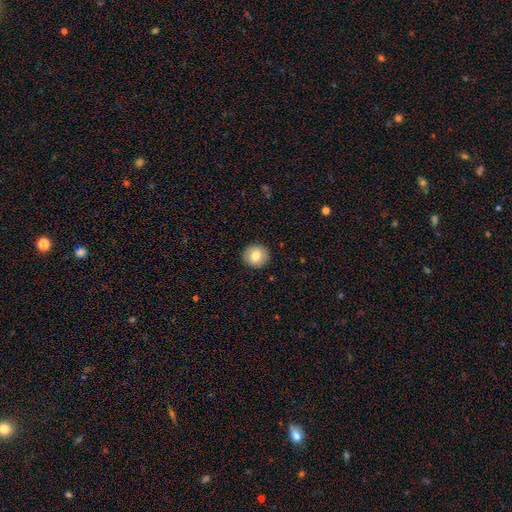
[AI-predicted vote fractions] smooth-or-featured: smooth: 80% | featured or disk: 12% | star or artifact: 8%
  how-rounded: round: 90% | in between: 9% | cigar-shaped: 1%
  merging: none: 91% | minor disturbance: 6% | major disturbance: 2% | merger: 1%